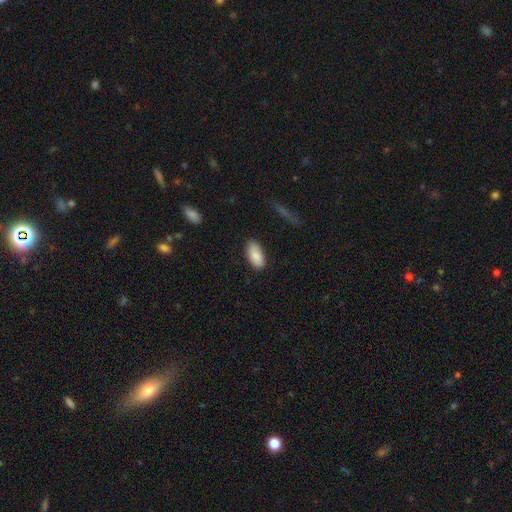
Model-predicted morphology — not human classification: smooth 87%, featured or disk 7%, star or artifact 6%. Down the decision tree: how rounded — in between (93%); merging — none (82%).